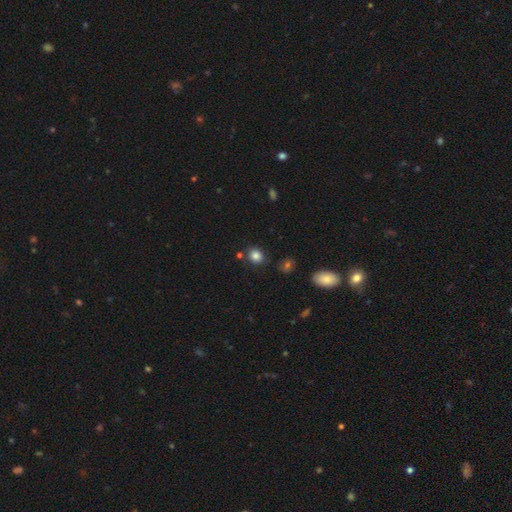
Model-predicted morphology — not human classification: type=smooth (83%); roundness=round (69%); merging=none (79%).